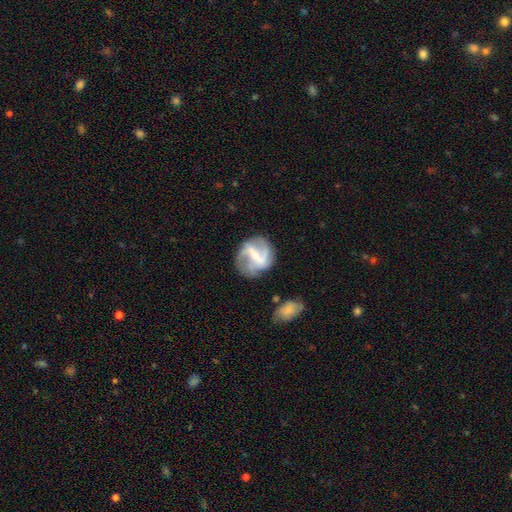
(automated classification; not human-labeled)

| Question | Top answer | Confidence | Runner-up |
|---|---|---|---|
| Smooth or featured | featured or disk | 80% | smooth (13%) |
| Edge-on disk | no | 97% | yes (3%) |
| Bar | strong | 43% | weak (41%) |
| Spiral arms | yes | 90% | no (10%) |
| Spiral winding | loose | 49% | medium (37%) |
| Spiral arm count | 2 | 59% | 3 (17%) |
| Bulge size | small | 61% | moderate (28%) |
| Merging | none | 64% | minor disturbance (19%) |